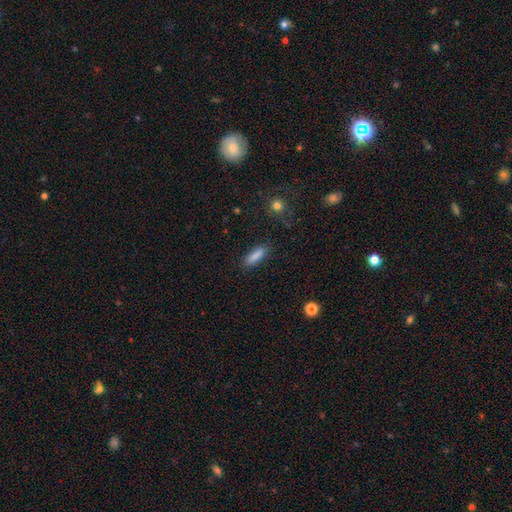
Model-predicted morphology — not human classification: Overall: smooth (85%). How rounded: cigar-shaped (58%; in between 39%). Merging: none (86%).